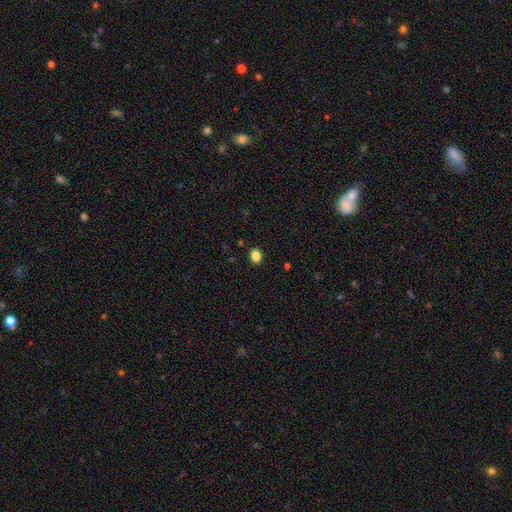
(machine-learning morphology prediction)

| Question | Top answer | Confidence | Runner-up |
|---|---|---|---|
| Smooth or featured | smooth | 86% | star or artifact (10%) |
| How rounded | in between | 60% | round (39%) |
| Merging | none | 90% | minor disturbance (7%) |